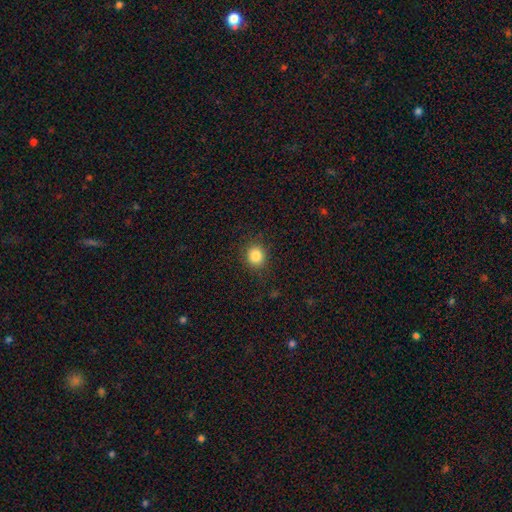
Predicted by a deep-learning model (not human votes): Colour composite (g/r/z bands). It shows a smooth galaxy with no disk features (84%) that is round (84%). Merging: none (89%).